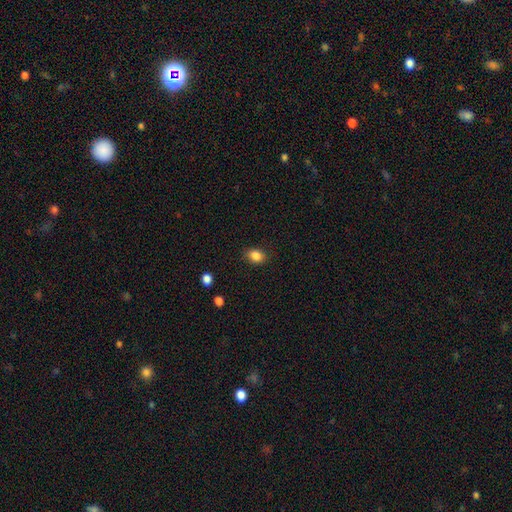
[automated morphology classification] The model was most divided on "how rounded": in between: 63%, round: 35%, cigar-shaped: 1%. More confident: smooth or featured — smooth (86%); merging — none (85%).